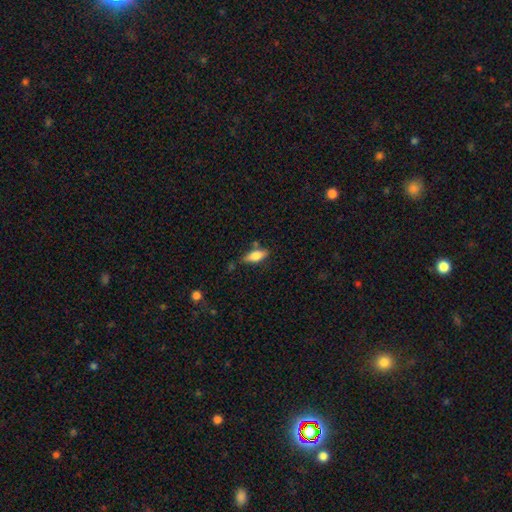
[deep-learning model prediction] Smooth or featured? smooth (76%)
How rounded? in between (71%)
Merging? none (70%)